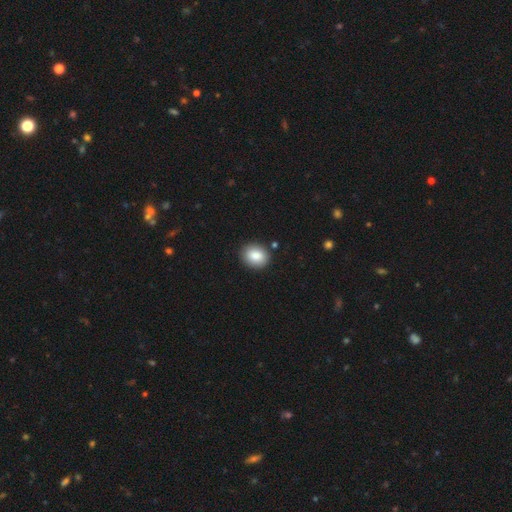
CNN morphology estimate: This is clearly a smooth galaxy (86%). How rounded: possibly round (56%). Merging: clearly none (88%).